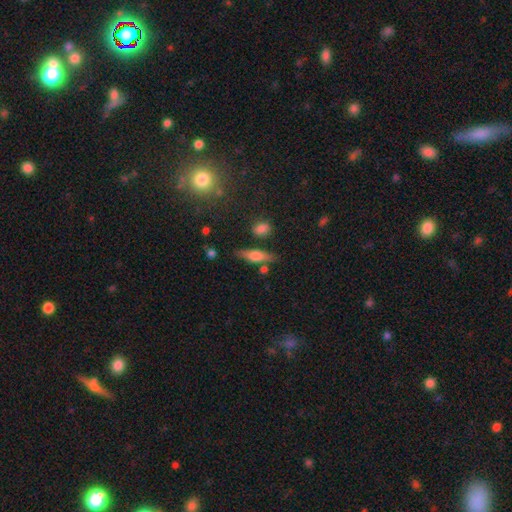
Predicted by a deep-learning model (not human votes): Smooth or featured?
  - smooth: 56% *
  - featured or disk: 37%
  - star or artifact: 8%
How rounded?
  - cigar-shaped: 61% *
  - in between: 35%
  - round: 4%
Merging?
  - none: 74% *
  - minor disturbance: 15%
  - merger: 7%
  - major disturbance: 4%